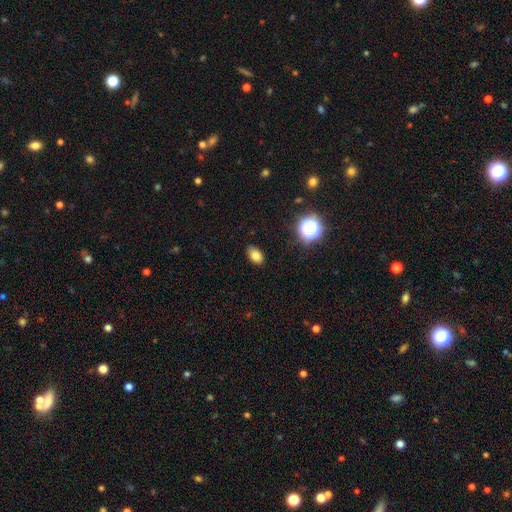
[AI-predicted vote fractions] Q: Smooth or featured?
A: smooth (78%); runner-up: star or artifact (13%)
Q: How rounded?
A: in between (86%); runner-up: round (12%)
Q: Merging?
A: none (85%); runner-up: minor disturbance (11%)